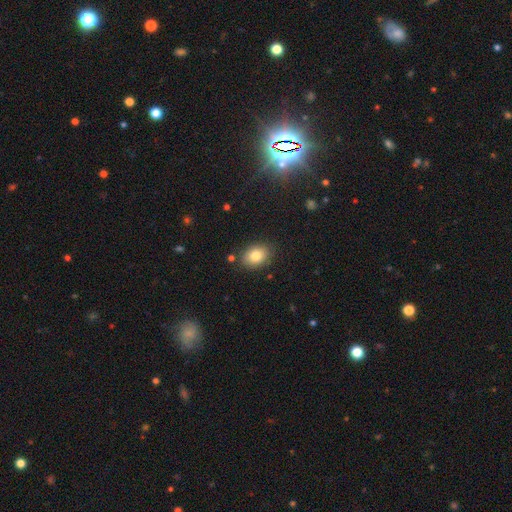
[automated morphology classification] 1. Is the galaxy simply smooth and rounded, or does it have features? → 81% smooth, 9% star or artifact, 9% featured or disk.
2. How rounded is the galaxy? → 71% in between, 28% round, 1% cigar-shaped.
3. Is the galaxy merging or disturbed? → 84% none, 11% minor disturbance, 3% major disturbance, 2% merger.